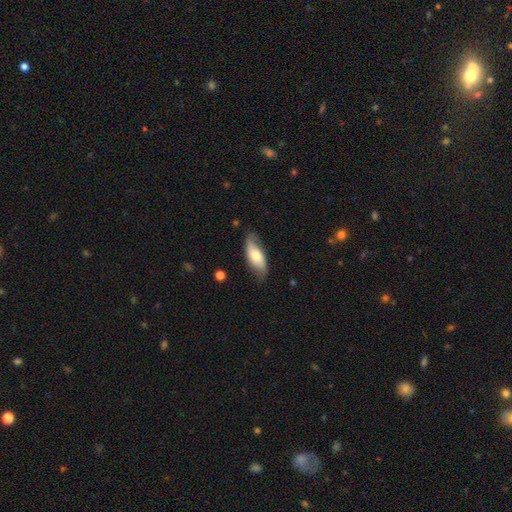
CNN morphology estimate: smooth_or_featured: smooth (p=0.53) [alt: featured or disk p=0.41]
how_rounded: in between (p=0.77) [alt: cigar-shaped p=0.20]
merging: none (p=0.72) [alt: minor disturbance p=0.22]